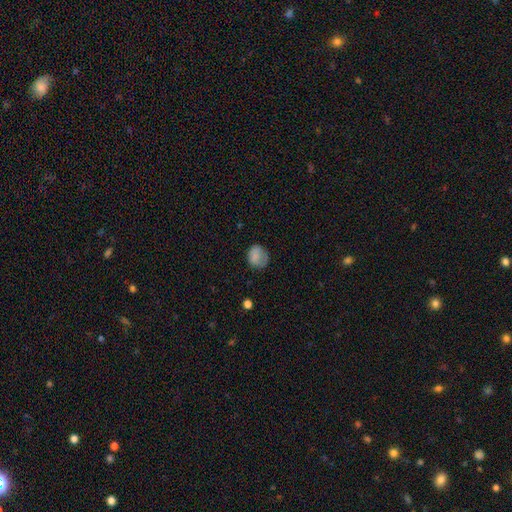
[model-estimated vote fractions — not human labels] Smooth or featured: smooth — 81% (featured or disk — 10%)
How rounded: round — 63% (in between — 36%)
Merging: none — 63% (minor disturbance — 26%)